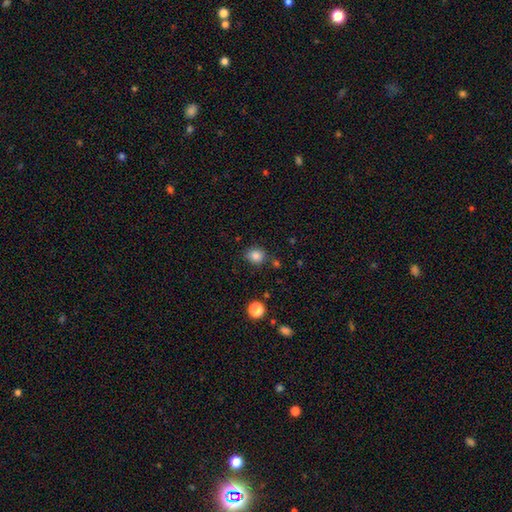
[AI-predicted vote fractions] smooth_or_featured: smooth (p=0.84) [alt: star or artifact p=0.11]
how_rounded: round (p=0.75) [alt: in between p=0.24]
merging: none (p=0.81) [alt: minor disturbance p=0.11]